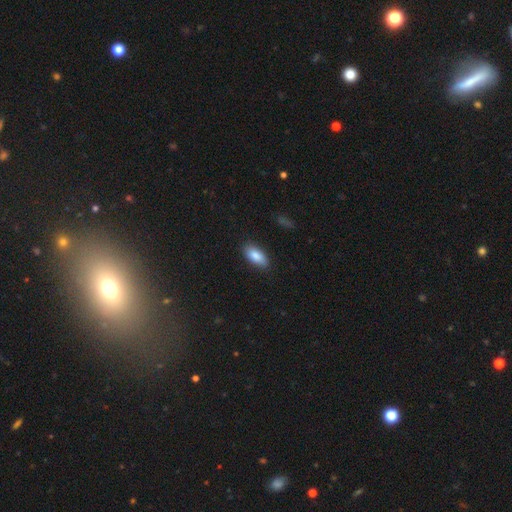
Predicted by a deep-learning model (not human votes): Smooth or featured? Predicted: smooth (p=0.85). How rounded? Predicted: in between (p=0.88). Merging? Predicted: none (p=0.85).